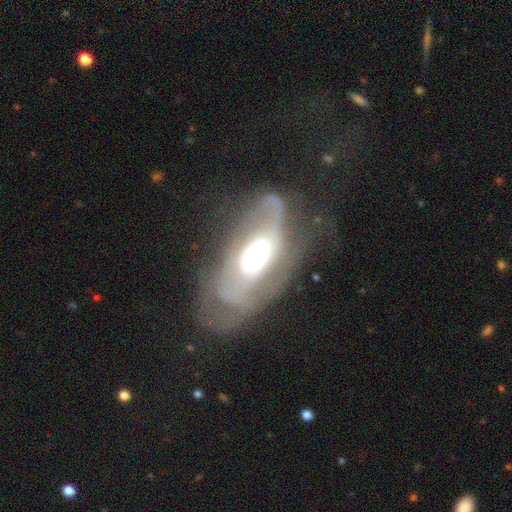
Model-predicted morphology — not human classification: Overall: featured or disk (79%). Edge-on disk: no (91%). Bar: no (56%; weak 28%). Spiral arms: yes (77%). Spiral arm count: 2 (53%; can't tell 27%). Spiral winding: medium (40%; tight 36%). Bulge size: moderate (54%; large 34%). Merging: none (48%; major disturbance 27%).